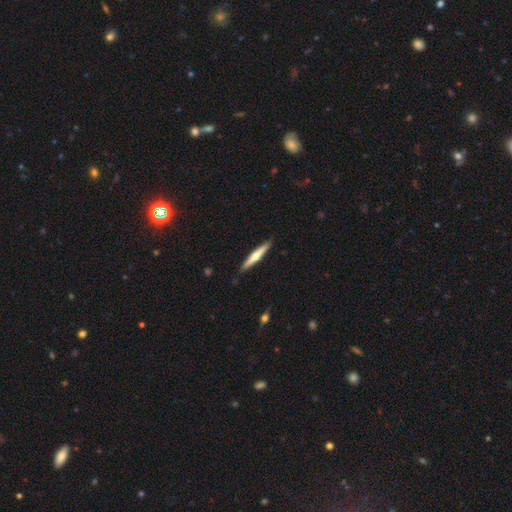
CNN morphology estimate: smooth 51%, featured or disk 44%, star or artifact 5%. Down the decision tree: how rounded — cigar-shaped (93%); merging — none (89%).